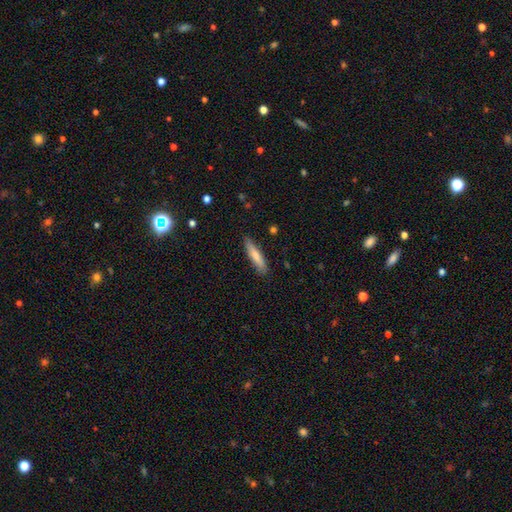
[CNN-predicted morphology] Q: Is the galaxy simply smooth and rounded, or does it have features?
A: smooth — 74%.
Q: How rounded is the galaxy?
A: cigar-shaped — 82%.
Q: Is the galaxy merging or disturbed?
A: none — 85%.